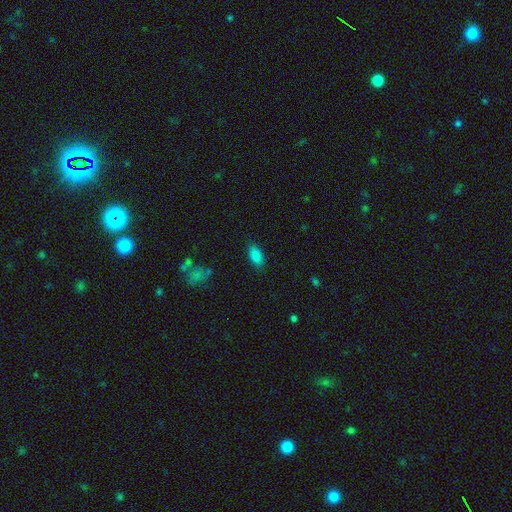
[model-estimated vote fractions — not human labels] smooth 84%, star or artifact 9%, featured or disk 7%. Down the decision tree: how rounded — in between (91%); merging — none (86%).